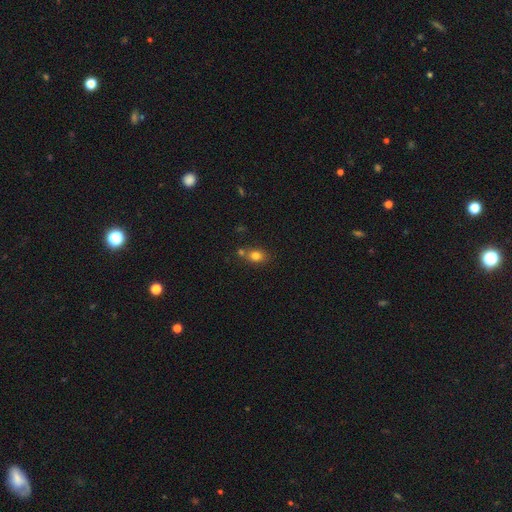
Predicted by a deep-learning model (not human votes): Overall: smooth (79%). How rounded: in between (55%; round 44%). Merging: none (63%).